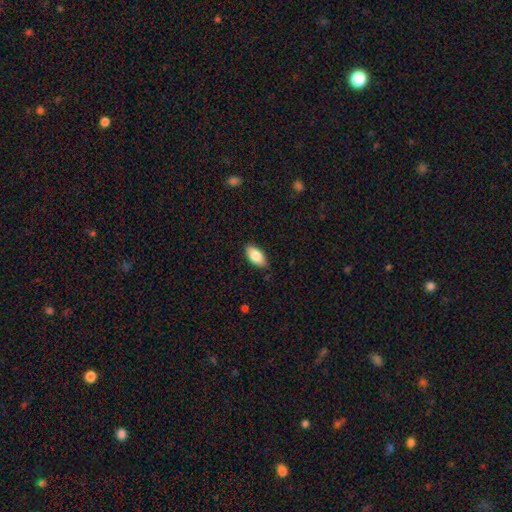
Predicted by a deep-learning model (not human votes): smooth 83%, featured or disk 11%, star or artifact 7%. Down the decision tree: how rounded — in between (91%); merging — none (86%).